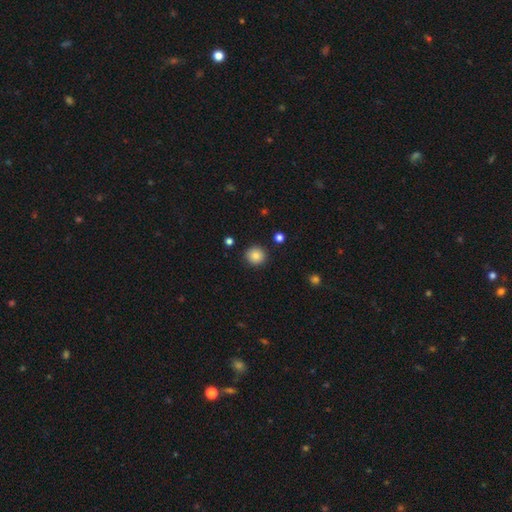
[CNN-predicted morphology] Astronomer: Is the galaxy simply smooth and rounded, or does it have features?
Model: smooth — 85%.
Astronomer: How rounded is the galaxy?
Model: round — 93%.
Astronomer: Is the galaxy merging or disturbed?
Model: none — 91%.